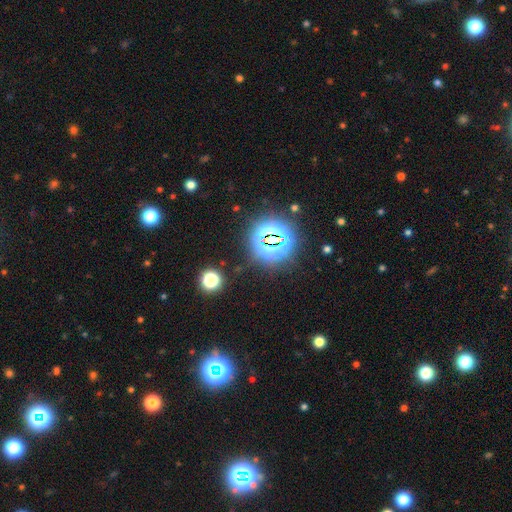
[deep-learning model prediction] This appears to be a star or artifact, not a galaxy (80%).